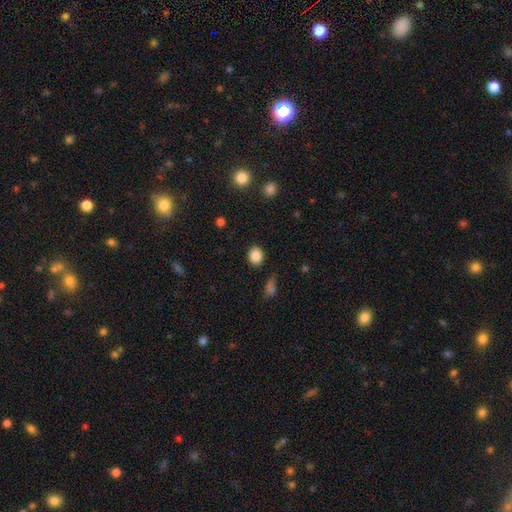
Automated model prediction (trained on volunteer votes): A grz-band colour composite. It shows a smooth galaxy with no disk features (86%) that is round (65%). Merging: none (85%).